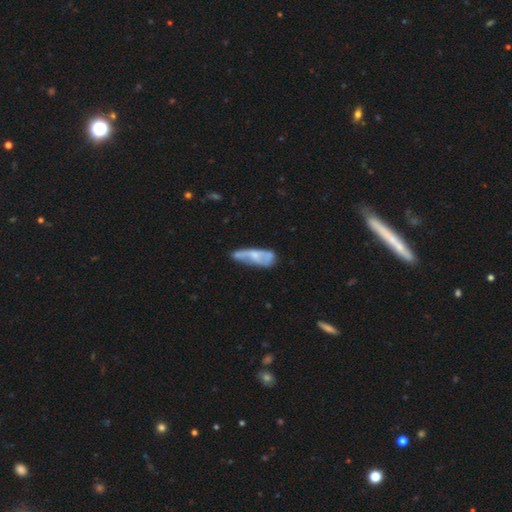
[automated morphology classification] A featured or disk galaxy (47%).

Vote fractions:
- Smooth or featured? featured or disk: 47% / smooth: 45% / star or artifact: 8%
- Merging? none: 36% / minor disturbance: 31% / major disturbance: 21% / merger: 11%